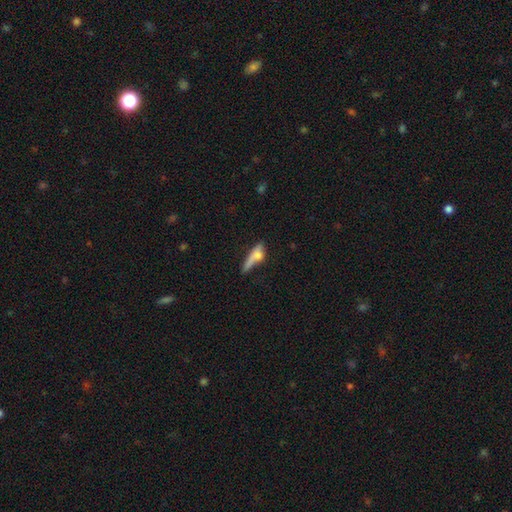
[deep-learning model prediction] Smooth or featured? smooth (61%)
How rounded? cigar-shaped (62%)
Merging? none (37%)